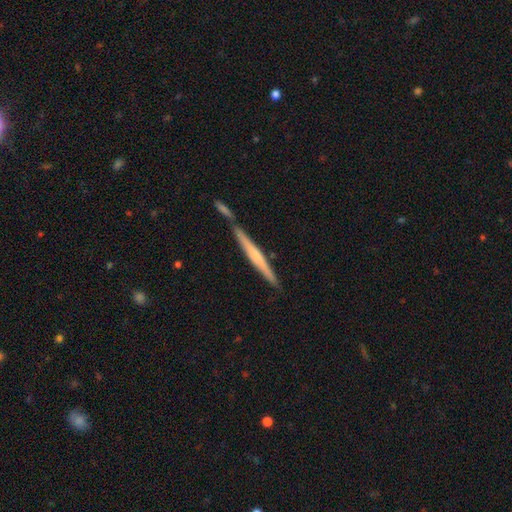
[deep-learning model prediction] The model was most divided on "smooth or featured": featured or disk: 53%, smooth: 41%, star or artifact: 6%. More confident: edge-on disk — yes (96%); merging — none (68%); edge-on bulge — none (54%).